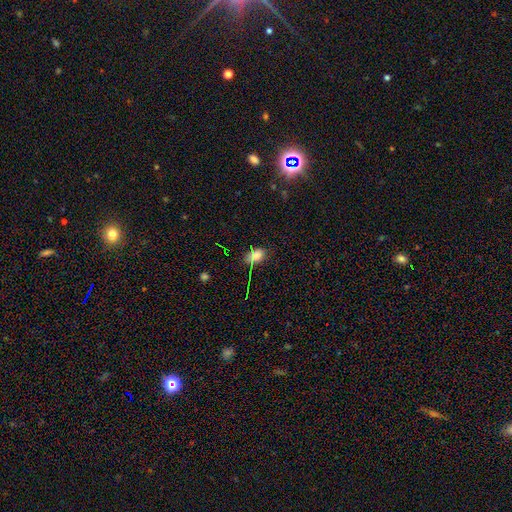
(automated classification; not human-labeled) Morphology: type=smooth (73%); roundness=in between (86%); merging=none (72%).